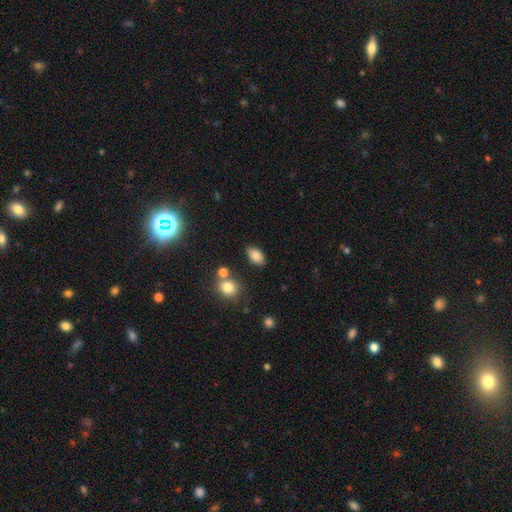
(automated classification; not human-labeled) Morphology: type=smooth (85%); roundness=in between (89%); merging=none (82%).